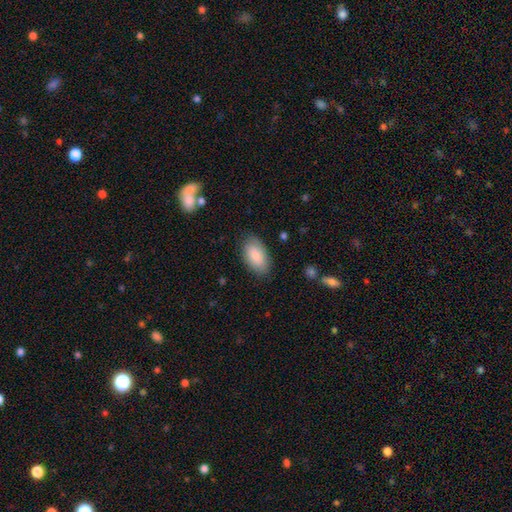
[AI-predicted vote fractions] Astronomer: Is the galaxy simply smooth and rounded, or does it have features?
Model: smooth — 85%.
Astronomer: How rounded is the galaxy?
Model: in between — 94%.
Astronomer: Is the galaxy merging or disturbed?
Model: none — 84%.